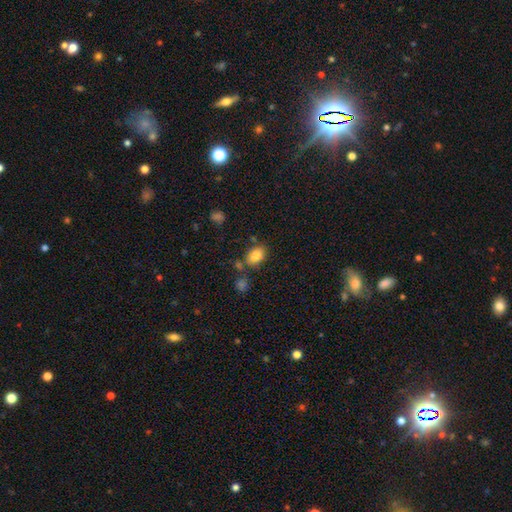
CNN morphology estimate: A smooth galaxy with no disk features (82%) that is in between round and cigar-shaped (78%).

Vote fractions:
- Smooth or featured? smooth: 82% / star or artifact: 9% / featured or disk: 8%
- How rounded? in between: 78% / round: 21% / cigar-shaped: 1%
- Merging? none: 71% / minor disturbance: 15% / merger: 10% / major disturbance: 4%